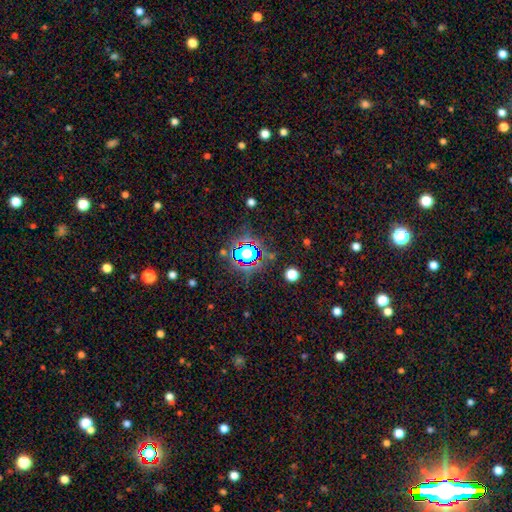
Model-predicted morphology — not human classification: type=star or artifact (66%).